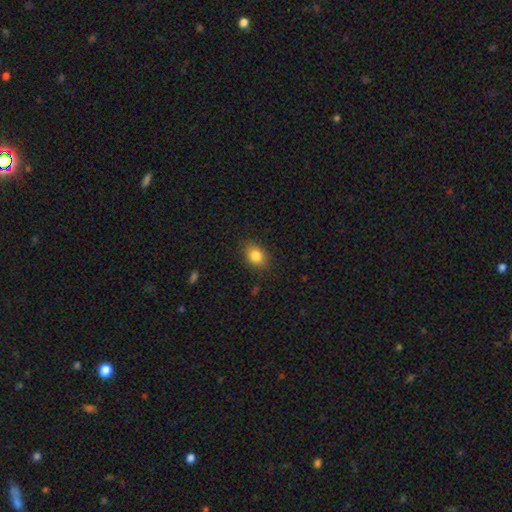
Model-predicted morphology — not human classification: Smooth or featured: smooth — 83% (star or artifact — 9%)
How rounded: in between — 71% (round — 28%)
Merging: none — 85% (minor disturbance — 11%)